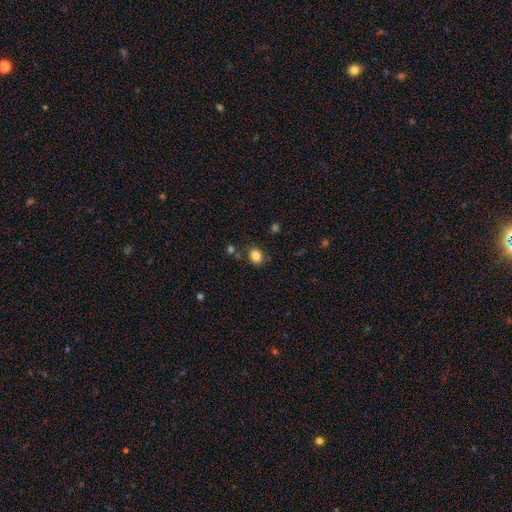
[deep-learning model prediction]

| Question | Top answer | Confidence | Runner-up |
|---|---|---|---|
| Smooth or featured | smooth | 84% | star or artifact (11%) |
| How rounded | round | 64% | in between (35%) |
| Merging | none | 81% | minor disturbance (11%) |